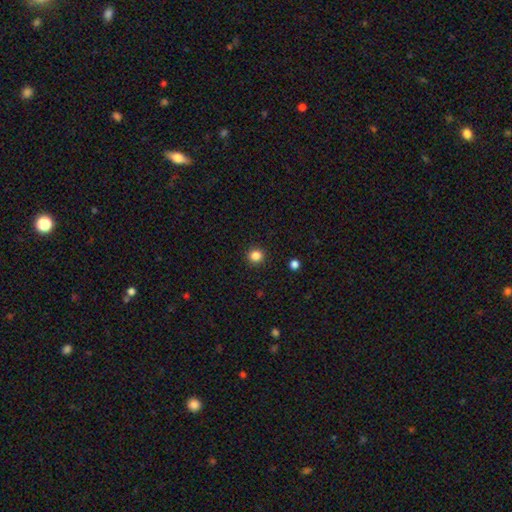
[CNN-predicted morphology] The model was most divided on "smooth or featured": smooth: 85%, star or artifact: 11%, featured or disk: 4%. More confident: merging — none (92%); how rounded — round (90%).